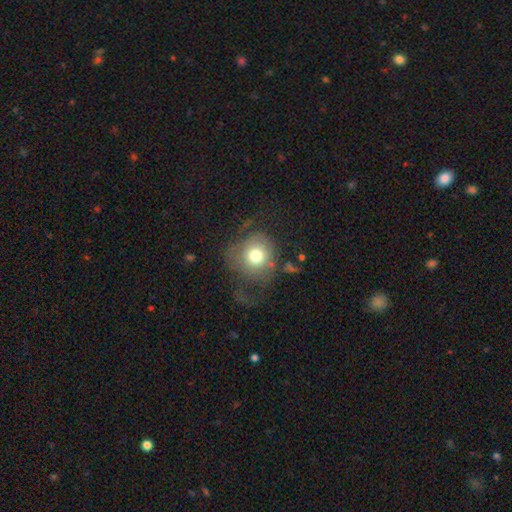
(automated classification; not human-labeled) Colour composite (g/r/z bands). It shows a smooth galaxy with no disk features (69%) that is round (85%). Merging: none (43%).